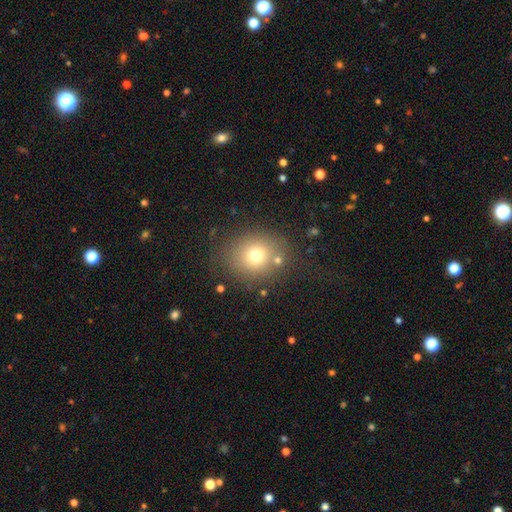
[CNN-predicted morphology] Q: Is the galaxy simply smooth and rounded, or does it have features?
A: smooth — 71%.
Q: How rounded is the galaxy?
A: round — 73%.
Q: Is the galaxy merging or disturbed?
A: none — 77%.